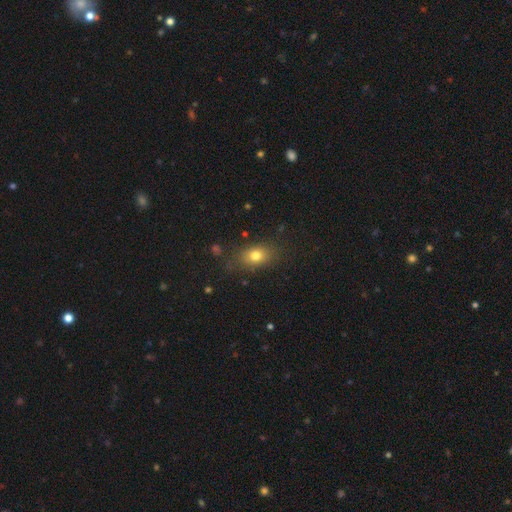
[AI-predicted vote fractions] smooth 77%, star or artifact 12%, featured or disk 11%. Down the decision tree: how rounded — in between (73%); merging — none (79%).